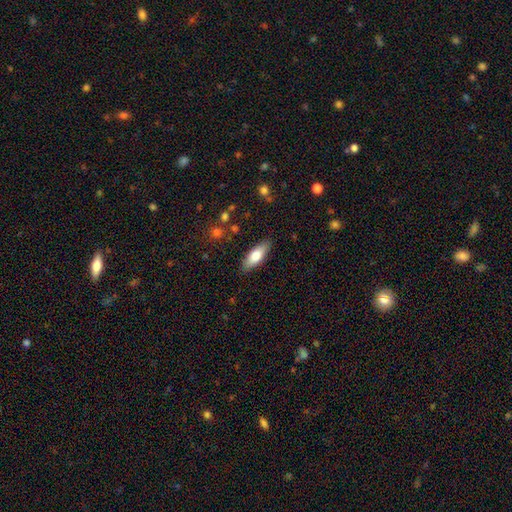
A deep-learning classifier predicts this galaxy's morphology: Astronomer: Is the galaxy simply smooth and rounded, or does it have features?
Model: smooth — 72%.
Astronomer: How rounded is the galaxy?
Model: in between — 65%.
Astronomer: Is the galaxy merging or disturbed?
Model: none — 86%.